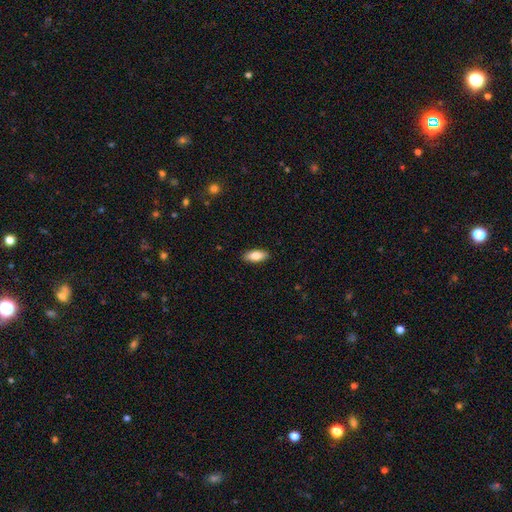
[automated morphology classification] Smooth or featured?
  - smooth: 82% *
  - featured or disk: 12%
  - star or artifact: 6%
How rounded?
  - in between: 85% *
  - cigar-shaped: 13%
  - round: 2%
Merging?
  - none: 90% *
  - minor disturbance: 7%
  - major disturbance: 2%
  - merger: 1%